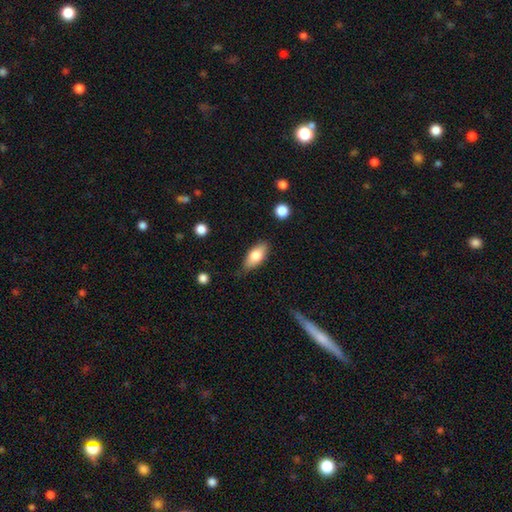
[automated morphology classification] Smooth or featured?
  - smooth: 75% *
  - featured or disk: 18%
  - star or artifact: 6%
How rounded?
  - in between: 86% *
  - cigar-shaped: 10%
  - round: 3%
Merging?
  - none: 78% *
  - minor disturbance: 17%
  - major disturbance: 3%
  - merger: 2%